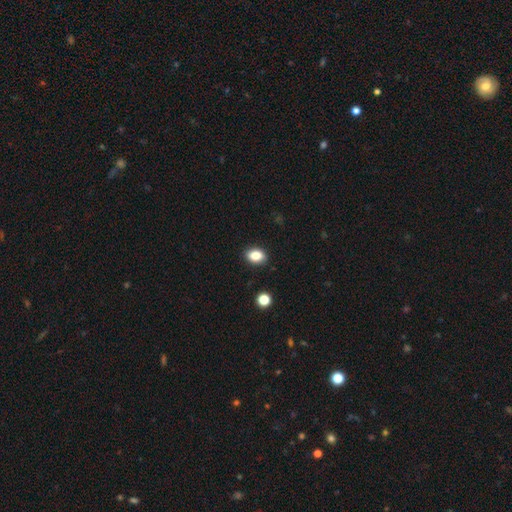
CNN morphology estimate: A smooth galaxy with no disk features (83%) that is in between round and cigar-shaped (74%).

Vote fractions:
- Smooth or featured? smooth: 83% / star or artifact: 10% / featured or disk: 7%
- How rounded? in between: 74% / round: 25% / cigar-shaped: 1%
- Merging? none: 88% / minor disturbance: 8% / major disturbance: 2% / merger: 1%